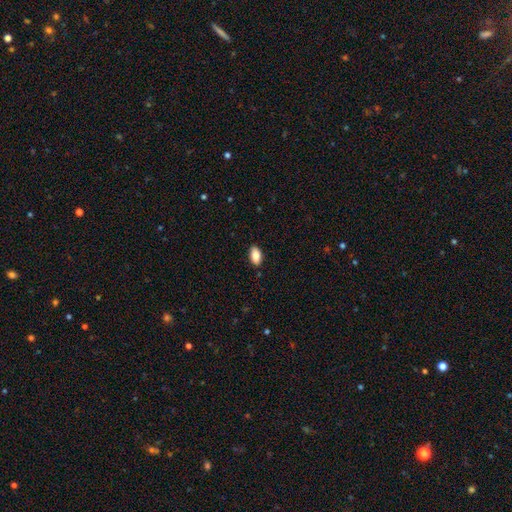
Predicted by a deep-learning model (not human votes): This is clearly a smooth galaxy (87%). How rounded: clearly in between (93%). Merging: clearly none (88%).